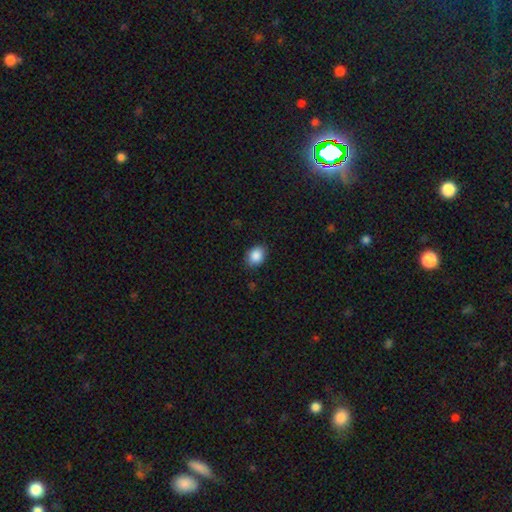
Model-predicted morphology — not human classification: smooth-or-featured: smooth: 88% | star or artifact: 8% | featured or disk: 4%
  how-rounded: in between: 56% | round: 43% | cigar-shaped: 1%
  merging: none: 86% | minor disturbance: 11% | major disturbance: 3% | merger: 1%